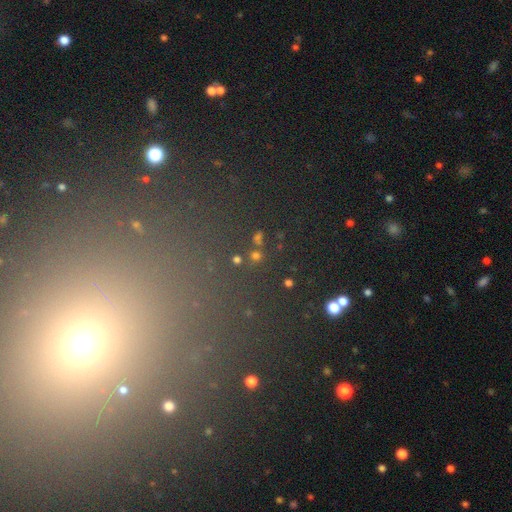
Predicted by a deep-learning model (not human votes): The model was most divided on "smooth or featured": smooth: 61%, star or artifact: 31%, featured or disk: 8%. More confident: how rounded — round (84%); merging — none (73%).